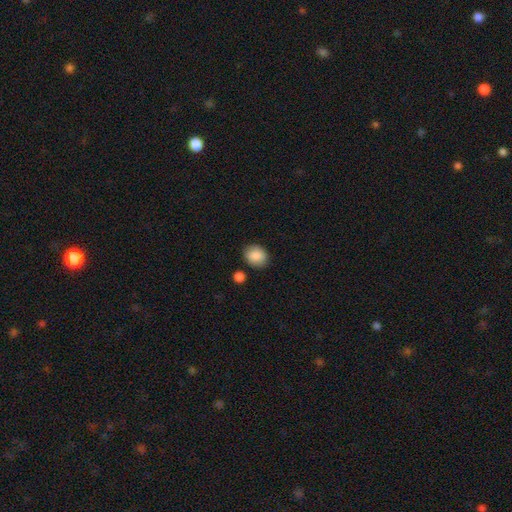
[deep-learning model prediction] A smooth galaxy with no disk features (88%) that is round (53%).

Vote fractions:
- Smooth or featured? smooth: 88% / star or artifact: 8% / featured or disk: 5%
- How rounded? round: 53% / in between: 46% / cigar-shaped: 1%
- Merging? none: 83% / minor disturbance: 11% / merger: 4% / major disturbance: 3%